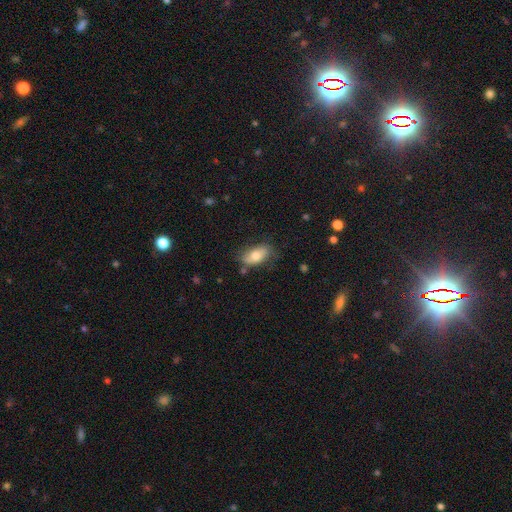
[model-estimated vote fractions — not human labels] Smooth or featured? Predicted: smooth (p=0.71). How rounded? Predicted: in between (p=0.89). Merging? Predicted: none (p=0.67).